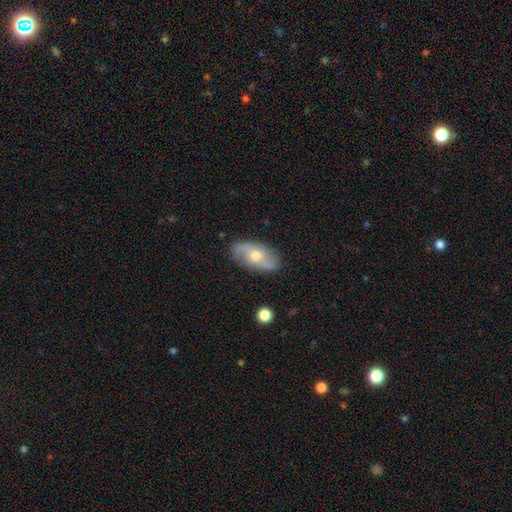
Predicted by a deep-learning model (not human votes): Smooth or featured? Predicted: featured or disk (p=0.65). Edge-on disk? Predicted: no (p=0.91). Bar? Predicted: no (p=0.66). Spiral arms? Predicted: yes (p=0.82). Bulge size? Predicted: moderate (p=0.69). Merging? Predicted: none (p=0.81).